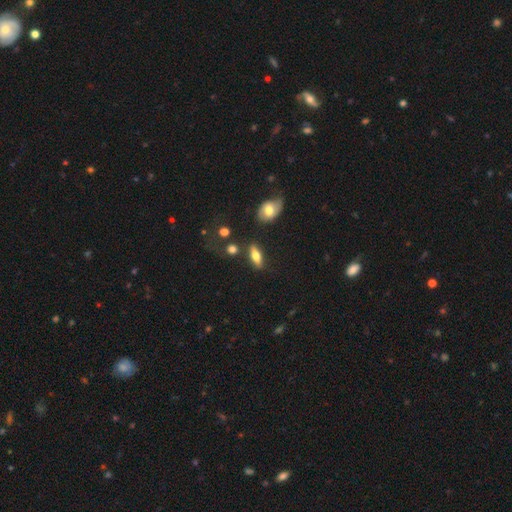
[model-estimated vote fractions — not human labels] Smooth or featured? smooth (54%)
How rounded? in between (63%)
Merging? none (79%)